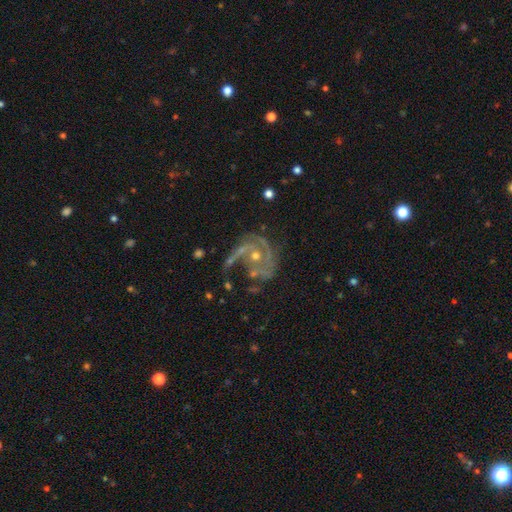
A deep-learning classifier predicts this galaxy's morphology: Smooth or featured? Predicted: featured or disk (p=0.86). Edge-on disk? Predicted: no (p=0.98). Bar? Predicted: no (p=0.70). Spiral arms? Predicted: yes (p=0.93). Spiral winding? Predicted: medium (p=0.45). Spiral arm count? Predicted: 2 (p=0.43). Bulge size? Predicted: moderate (p=0.48). Merging? Predicted: none (p=0.44).